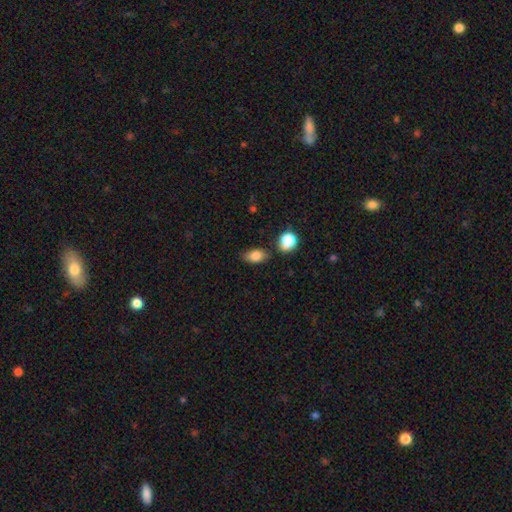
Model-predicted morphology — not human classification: smooth 82%, star or artifact 9%, featured or disk 9%. Down the decision tree: how rounded — in between (85%); merging — none (73%).